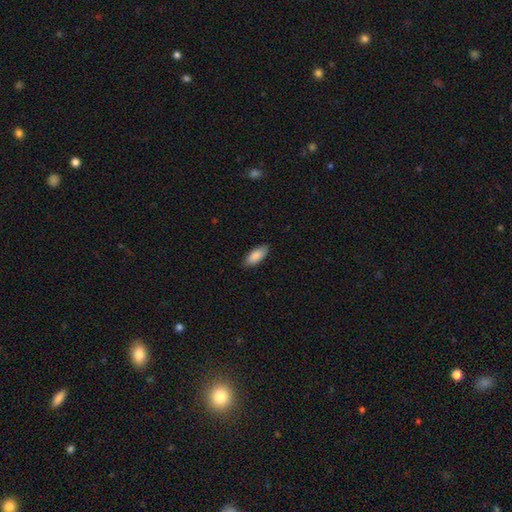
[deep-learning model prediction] Morphology: type=smooth (87%); roundness=in between (86%); merging=none (86%).